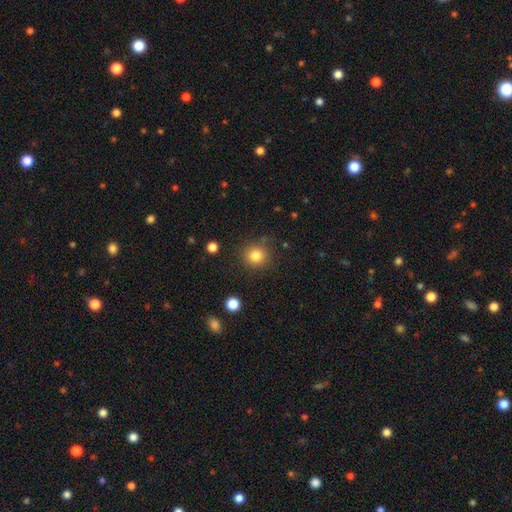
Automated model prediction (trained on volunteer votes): Smooth or featured? smooth (83%)
How rounded? round (92%)
Merging? none (86%)